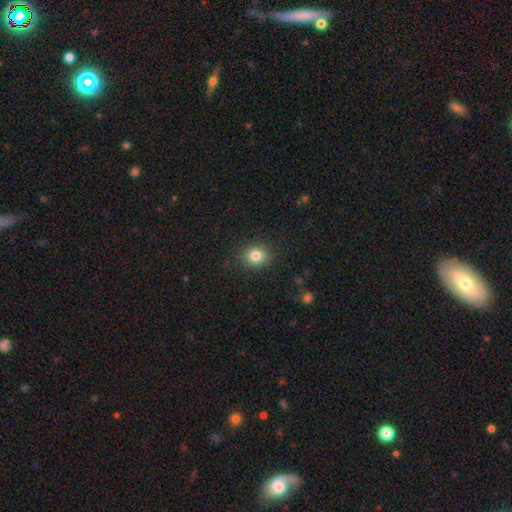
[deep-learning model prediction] Smooth or featured? Predicted: smooth (p=0.82). How rounded? Predicted: round (p=0.75). Merging? Predicted: none (p=0.88).